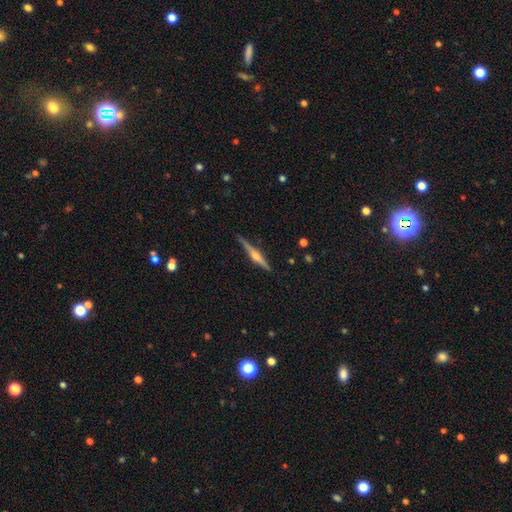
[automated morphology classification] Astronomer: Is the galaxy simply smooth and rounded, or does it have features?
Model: featured or disk — 78%.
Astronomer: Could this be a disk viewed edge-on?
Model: yes — 98%.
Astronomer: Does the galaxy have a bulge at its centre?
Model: rounded — 89%.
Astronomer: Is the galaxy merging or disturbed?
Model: none — 90%.